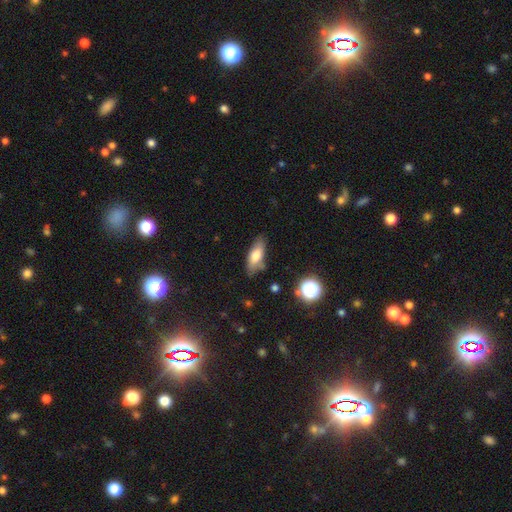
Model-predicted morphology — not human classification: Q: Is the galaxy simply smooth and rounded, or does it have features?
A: smooth — 70%.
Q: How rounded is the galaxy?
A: in between — 72%.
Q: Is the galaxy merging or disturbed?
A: none — 71%.